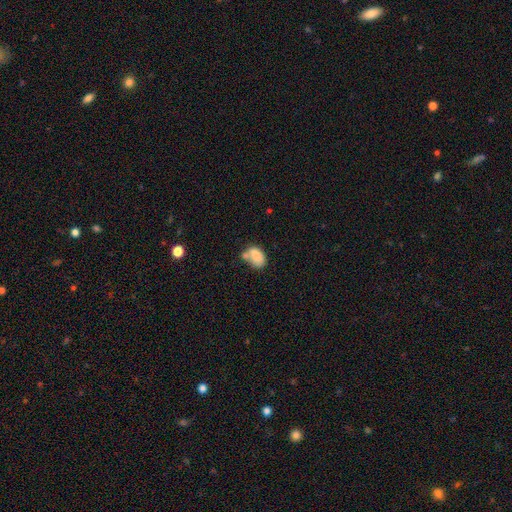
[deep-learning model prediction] Overall: smooth (80%). How rounded: in between (83%). Merging: none (38%; merger 32%).